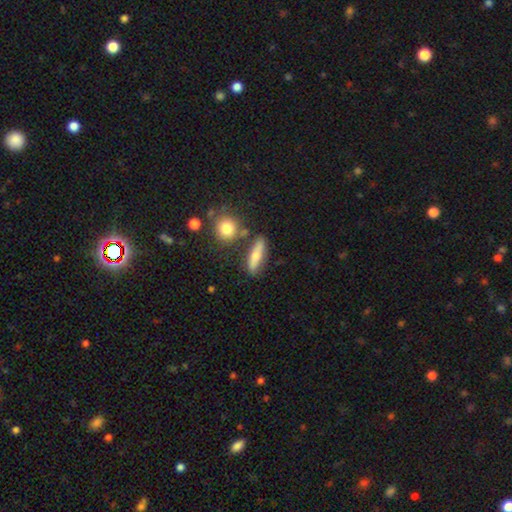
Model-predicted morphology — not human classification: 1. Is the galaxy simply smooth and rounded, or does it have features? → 63% smooth, 29% featured or disk, 9% star or artifact.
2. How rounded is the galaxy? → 58% cigar-shaped, 35% in between, 7% round.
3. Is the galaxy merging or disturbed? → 74% none, 13% minor disturbance, 9% merger, 4% major disturbance.